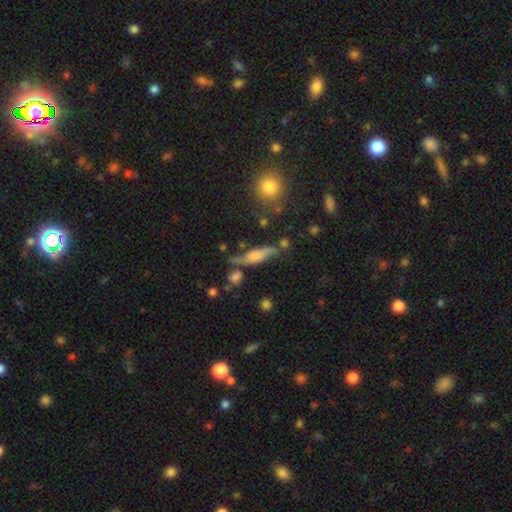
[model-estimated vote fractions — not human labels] Morphology: type=featured or disk (49%); merging=none (46%).